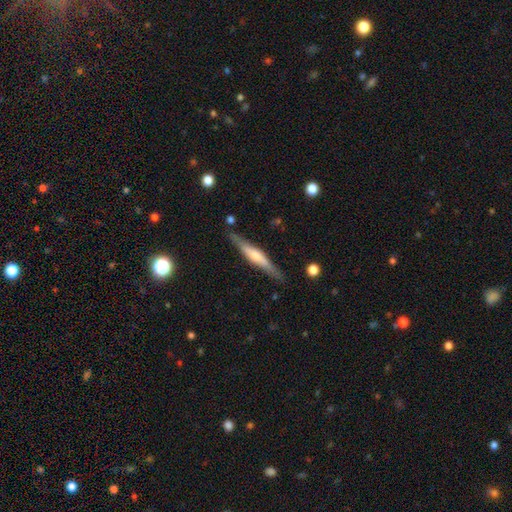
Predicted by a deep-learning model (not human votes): Smooth or featured: featured or disk — 60% (smooth — 34%)
Edge-on disk: yes — 96% (no — 4%)
Edge-on bulge: rounded — 66% (boxy — 19%)
Merging: none — 84% (minor disturbance — 11%)